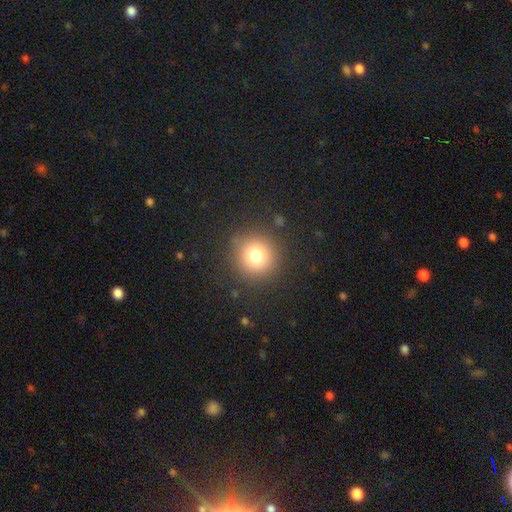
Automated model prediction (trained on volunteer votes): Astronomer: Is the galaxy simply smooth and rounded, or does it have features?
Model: smooth — 77%.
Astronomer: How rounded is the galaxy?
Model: round — 94%.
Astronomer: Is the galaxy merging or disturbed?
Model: none — 88%.